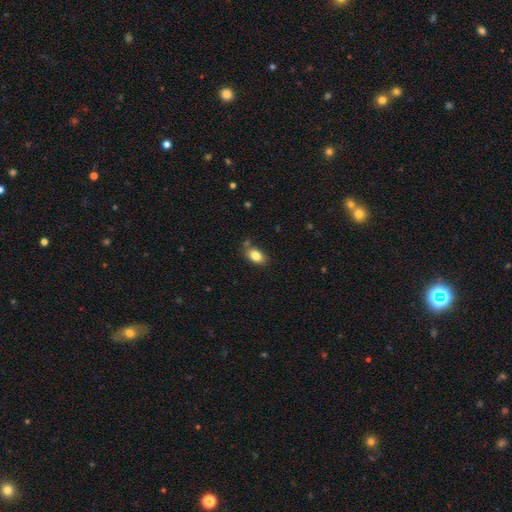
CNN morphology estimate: smooth 83%, star or artifact 9%, featured or disk 8%. Down the decision tree: how rounded — in between (87%); merging — none (75%).